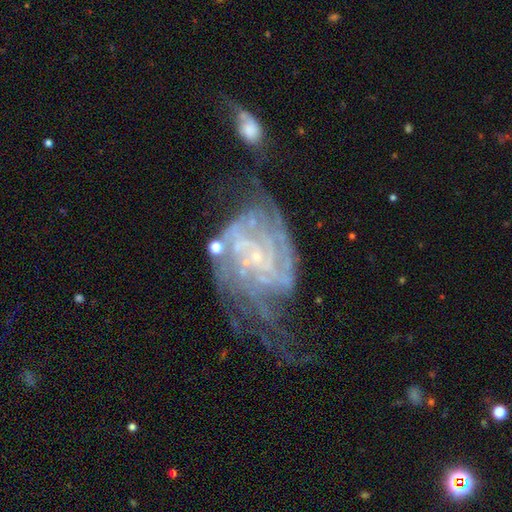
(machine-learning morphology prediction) The model was most divided on "merging": major disturbance: 32%, none: 31%, minor disturbance: 21%, merger: 16%. Remaining: edge-on disk — no (97%); spiral arms — yes (94%); smooth or featured — featured or disk (86%); bulge size — small (80%); bar — no (61%); spiral winding — tight (60%); spiral arm count — can't tell (36%).